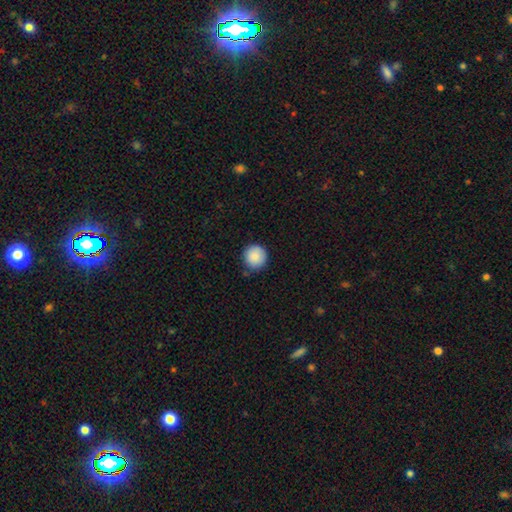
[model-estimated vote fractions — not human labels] This is clearly a smooth galaxy (88%). How rounded: clearly round (95%). Merging: clearly none (85%).